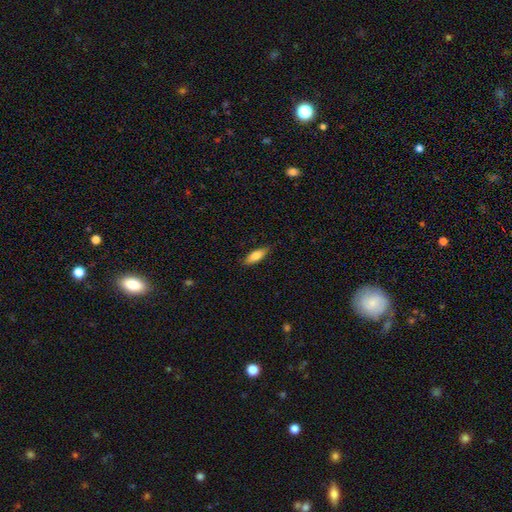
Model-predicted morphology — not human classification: A smooth galaxy with no disk features (74%) that is in between round and cigar-shaped (59%).

Vote fractions:
- Smooth or featured? smooth: 74% / featured or disk: 20% / star or artifact: 6%
- How rounded? in between: 59% / cigar-shaped: 39% / round: 2%
- Merging? none: 86% / minor disturbance: 11% / major disturbance: 2% / merger: 1%